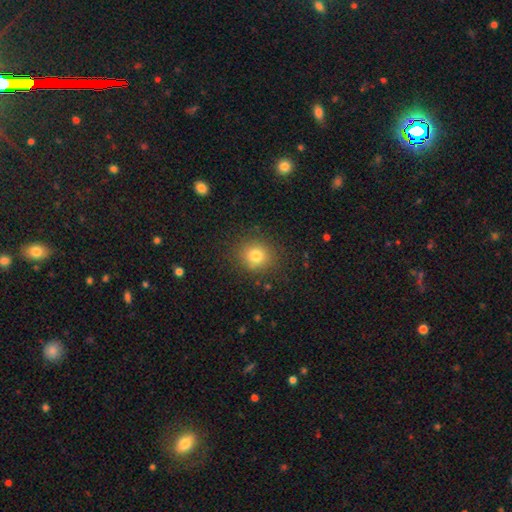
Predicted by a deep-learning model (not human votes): Morphology: type=smooth (79%); roundness=round (84%); merging=none (86%).